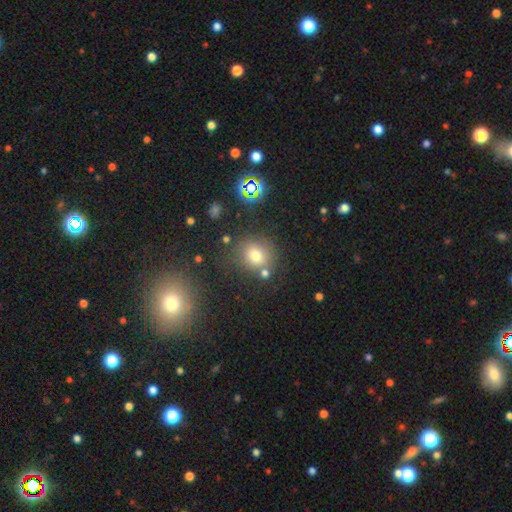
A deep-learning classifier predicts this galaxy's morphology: This is likely a smooth galaxy (70%). How rounded: likely round (75%). Merging: likely none (73%).